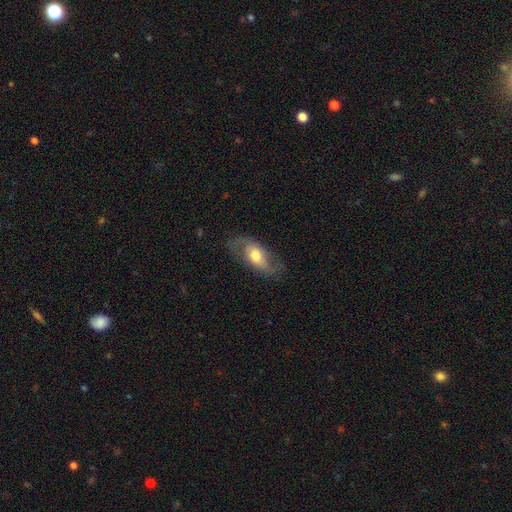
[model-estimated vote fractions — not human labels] The model was most divided on "bar": no: 56%, weak: 31%, strong: 12%. More confident: edge-on disk — no (89%); spiral arms — yes (79%); merging — none (69%); bulge size — moderate (65%); smooth or featured — featured or disk (61%).